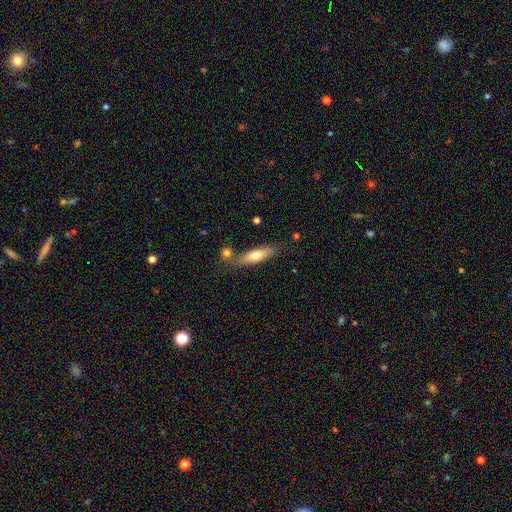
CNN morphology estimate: type=smooth (64%); roundness=cigar-shaped (58%); merging=none (69%).